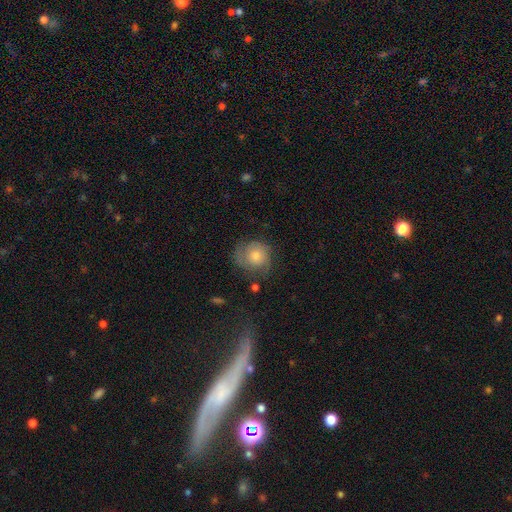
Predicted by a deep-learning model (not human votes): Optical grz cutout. It shows a smooth galaxy with no disk features (47%). Merging: none (62%).